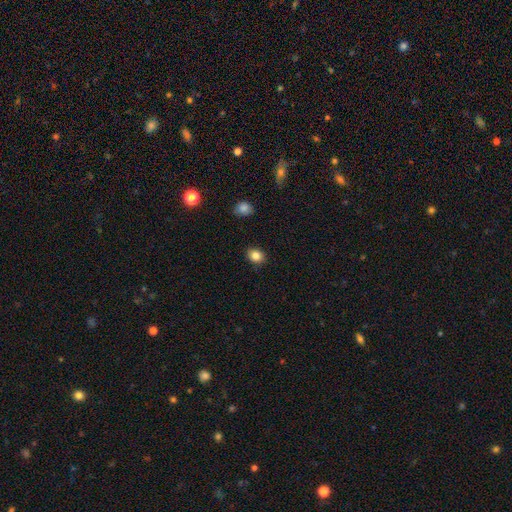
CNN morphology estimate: The model was most divided on "how rounded": in between: 50%, round: 49%, cigar-shaped: 1%. More confident: merging — none (88%); smooth or featured — smooth (84%).